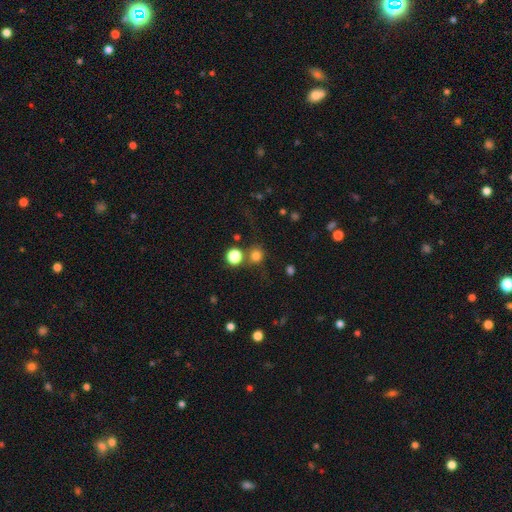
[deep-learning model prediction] Morphology: type=smooth (76%); roundness=round (91%); merging=none (70%).